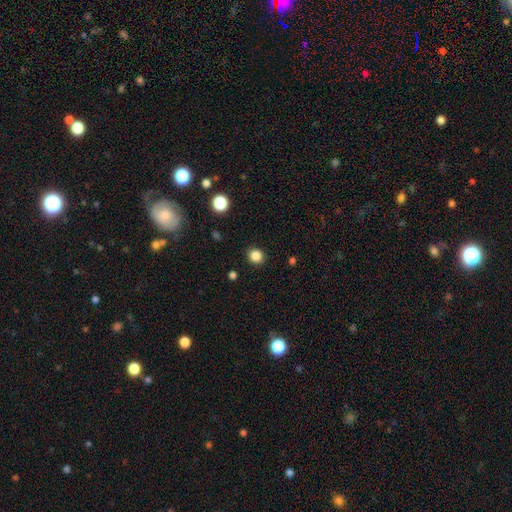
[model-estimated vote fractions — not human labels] Overall: smooth (85%). How rounded: round (85%). Merging: none (91%).